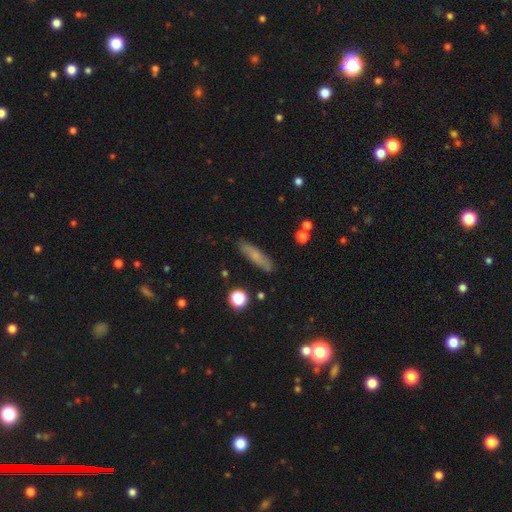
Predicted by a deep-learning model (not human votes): smooth 66%, featured or disk 25%, star or artifact 9%. Down the decision tree: how rounded — cigar-shaped (78%); merging — none (85%).